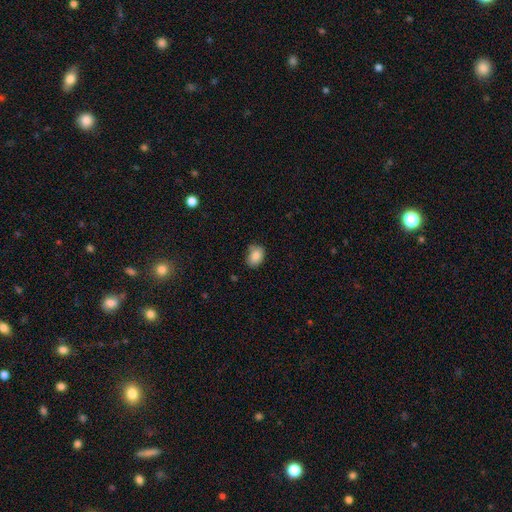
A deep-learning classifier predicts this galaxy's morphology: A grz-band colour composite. It shows a smooth galaxy with no disk features (85%) that is in between round and cigar-shaped (72%). Merging: none (67%).